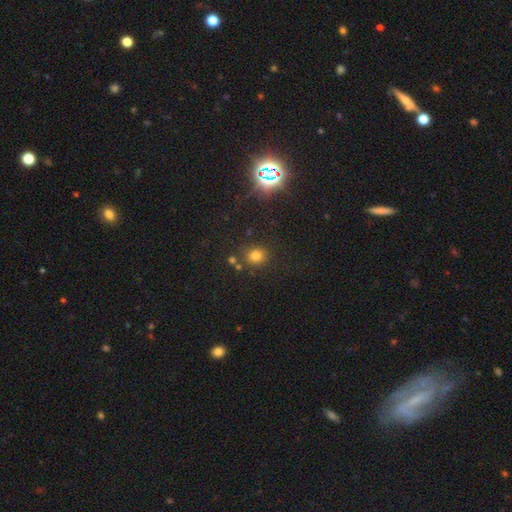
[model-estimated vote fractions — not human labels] smooth 73%, star or artifact 20%, featured or disk 6%. Down the decision tree: how rounded — round (77%); merging — none (77%).